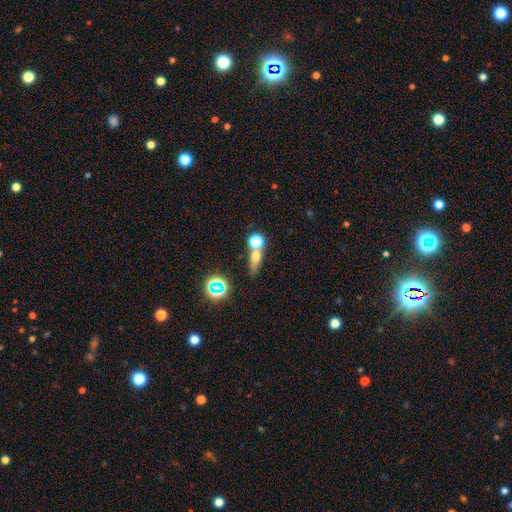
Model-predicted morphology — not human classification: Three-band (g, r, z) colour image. It shows a smooth galaxy with no disk features (57%) that is in between round and cigar-shaped (36%). Merging: none (54%).